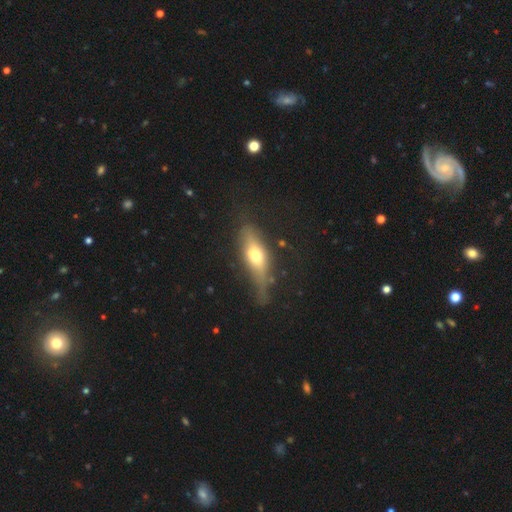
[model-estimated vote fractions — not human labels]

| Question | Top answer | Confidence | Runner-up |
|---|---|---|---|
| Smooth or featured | featured or disk | 50% | smooth (41%) |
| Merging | none | 50% | minor disturbance (27%) |